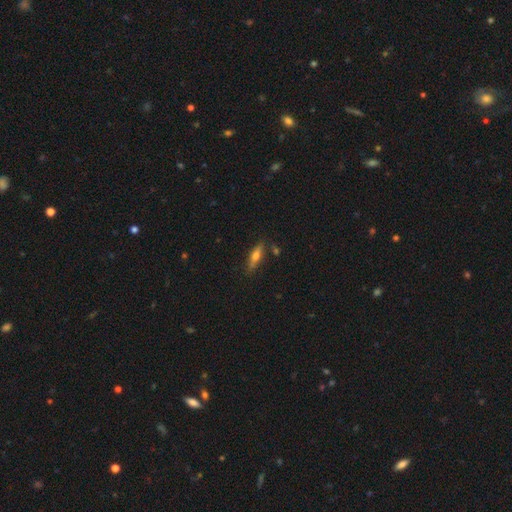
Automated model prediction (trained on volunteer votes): Morphology: type=smooth (52%); roundness=cigar-shaped (65%); merging=none (80%).